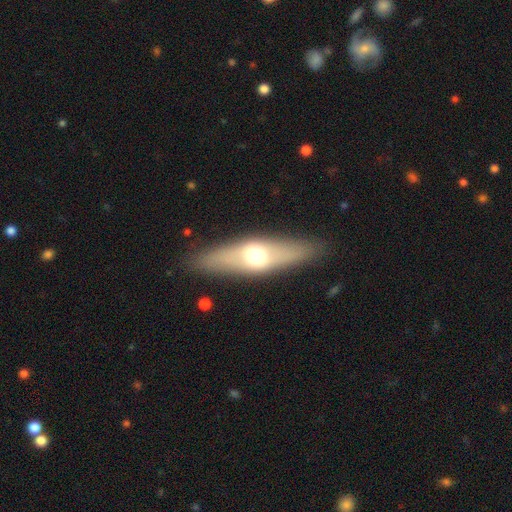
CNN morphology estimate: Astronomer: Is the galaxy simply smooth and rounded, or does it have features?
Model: smooth — 49% (runner-up: featured or disk, 44%).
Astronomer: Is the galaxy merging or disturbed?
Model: none — 87%.